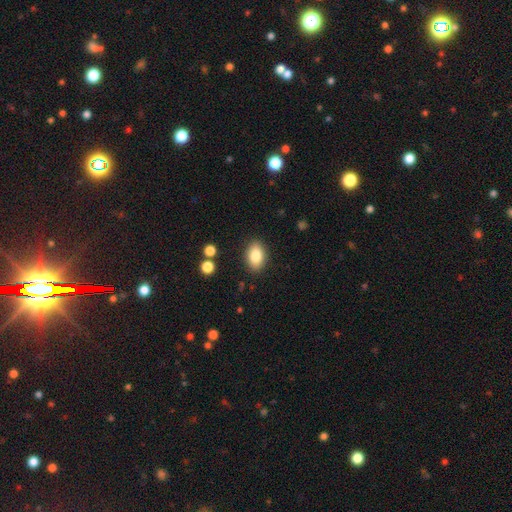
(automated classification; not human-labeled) smooth 83%, featured or disk 9%, star or artifact 8%. Down the decision tree: how rounded — in between (87%); merging — none (87%).